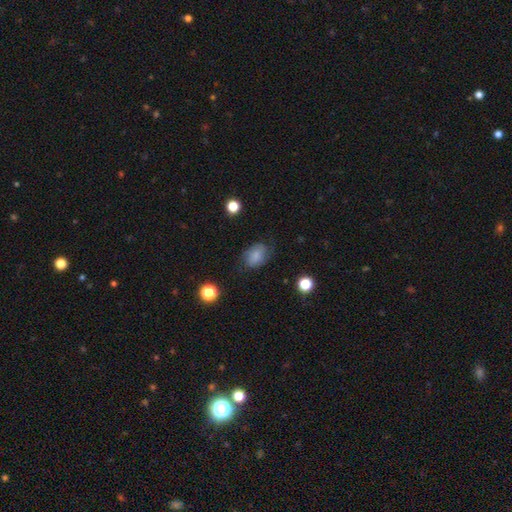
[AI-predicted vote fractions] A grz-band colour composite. It shows a smooth galaxy with no disk features (76%) that is in between round and cigar-shaped (75%). Merging: none (68%).